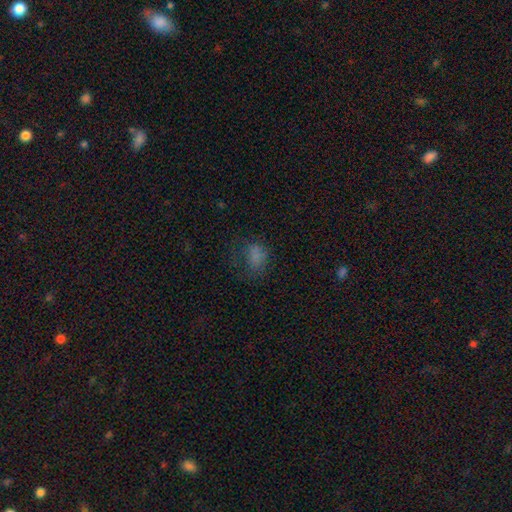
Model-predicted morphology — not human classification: Overall: smooth (69%). How rounded: in between (65%; round 33%). Merging: none (50%; major disturbance 25%).